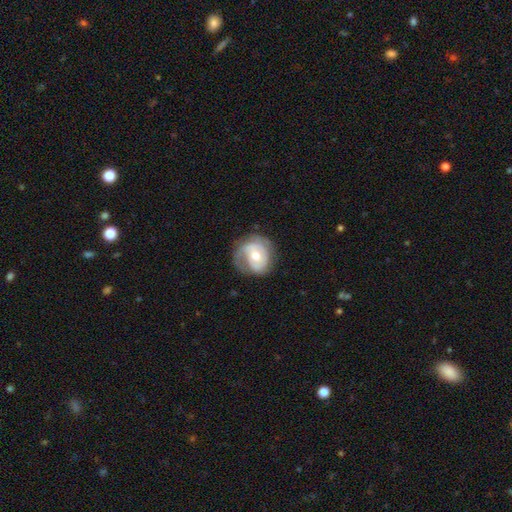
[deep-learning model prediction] This is likely a featured or disk galaxy (63%). It is clearly not viewed edge-on (97%). Bar: likely no (67%). Spiral arm pattern: likely yes (74%). Central bulge: likely moderate (68%). Merging: possibly none (58%).